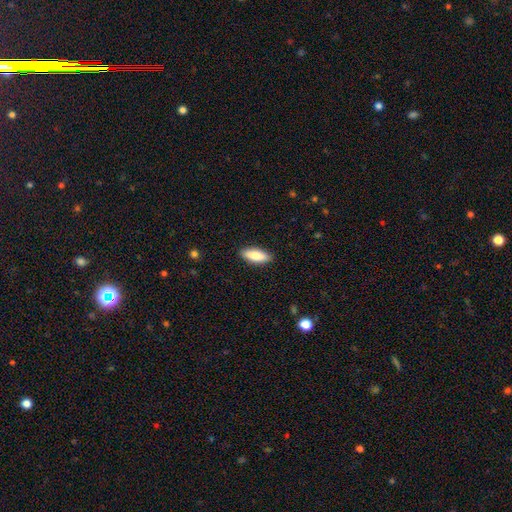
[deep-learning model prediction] smooth-or-featured: smooth: 81% | featured or disk: 14% | star or artifact: 6%
  how-rounded: in between: 66% | cigar-shaped: 32% | round: 2%
  merging: none: 90% | minor disturbance: 8% | major disturbance: 2% | merger: 1%